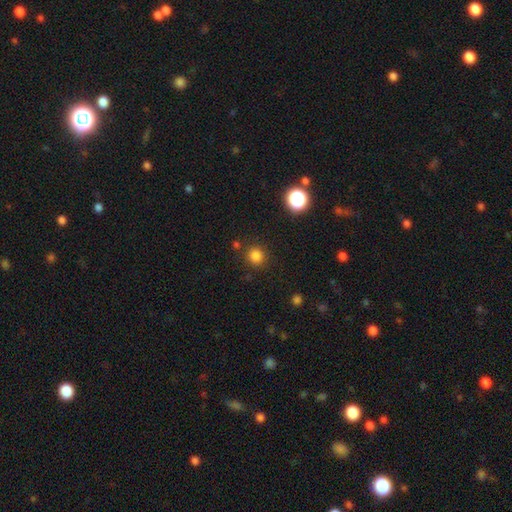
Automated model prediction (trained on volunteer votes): The model was most divided on "smooth or featured": smooth: 81%, star or artifact: 15%, featured or disk: 4%. More confident: how rounded — round (92%); merging — none (87%).